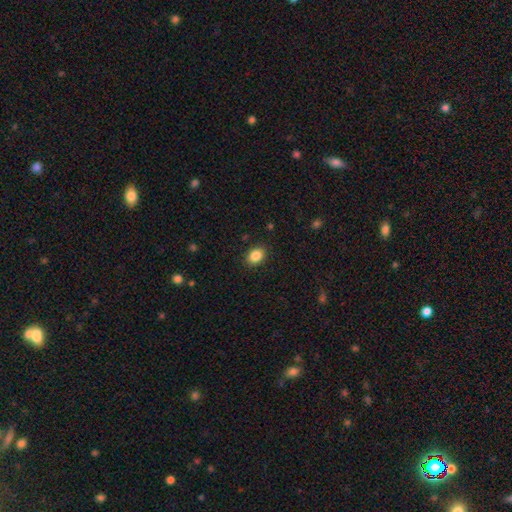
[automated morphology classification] type=smooth (86%); roundness=in between (67%); merging=none (88%).